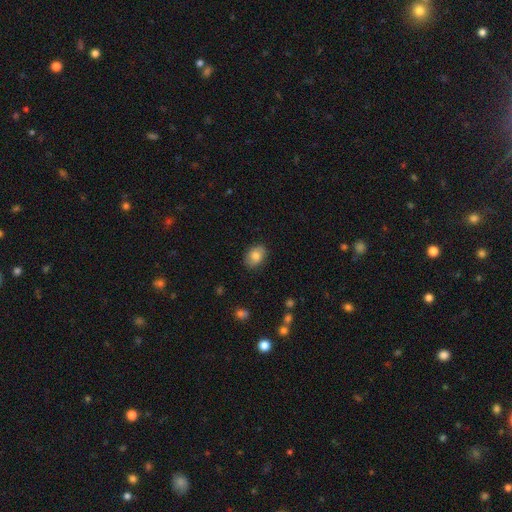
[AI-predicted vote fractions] This appears to be a smooth galaxy with no disk features (75%) that is in between round and cigar-shaped (76%). Merging: none (82%).